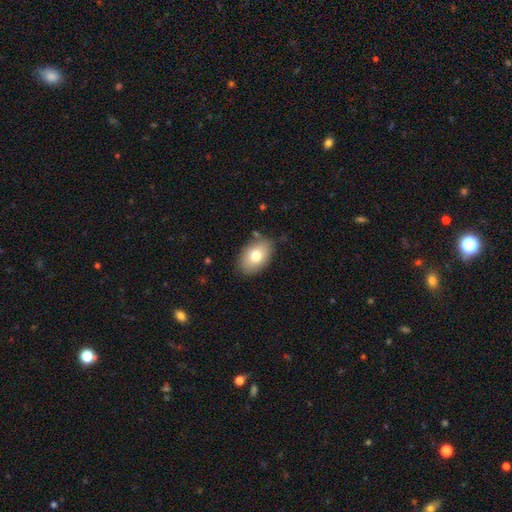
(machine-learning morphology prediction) Overall: smooth (76%). How rounded: in between (87%). Merging: none (82%).